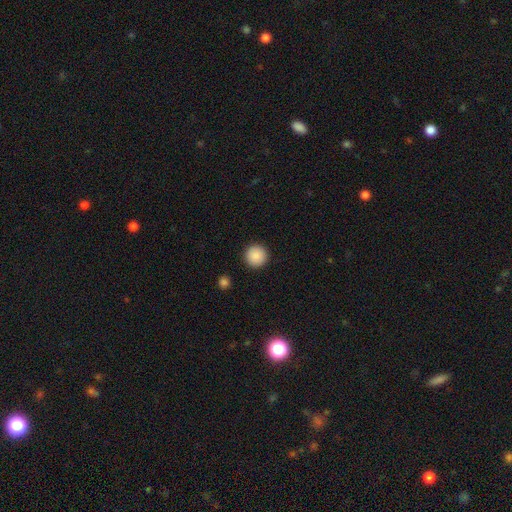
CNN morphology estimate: Smooth or featured?
  - smooth: 89% *
  - star or artifact: 8%
  - featured or disk: 3%
How rounded?
  - round: 96% *
  - in between: 3%
  - cigar-shaped: 1%
Merging?
  - none: 93% *
  - minor disturbance: 4%
  - major disturbance: 2%
  - merger: 1%